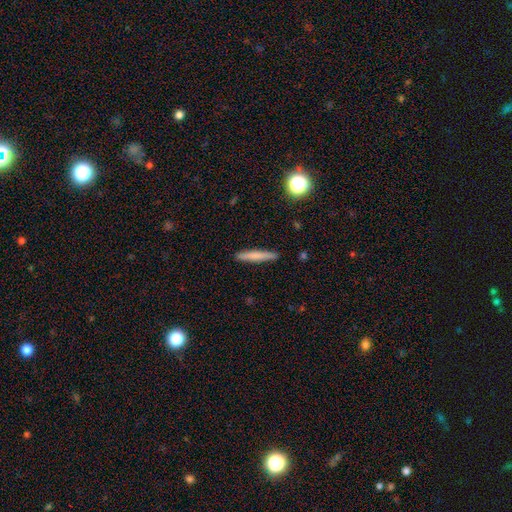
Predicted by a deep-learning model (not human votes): smooth_or_featured: smooth (p=0.71) [alt: featured or disk p=0.22]
how_rounded: cigar-shaped (p=0.94) [alt: in between p=0.05]
merging: none (p=0.90) [alt: minor disturbance p=0.07]